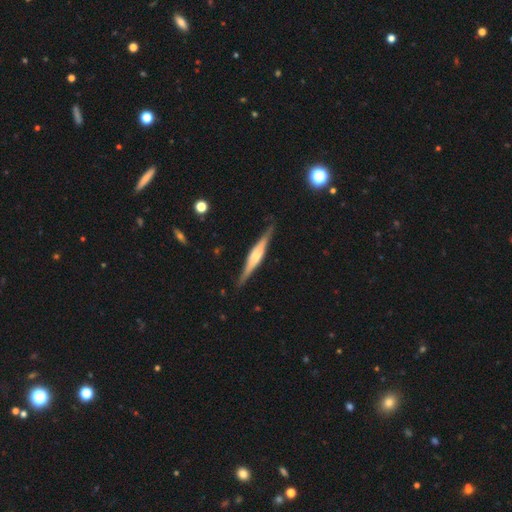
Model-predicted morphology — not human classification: A featured or disk galaxy (73%) viewed edge-on (97%) with a rounded central bulge (63%).

Vote fractions:
- Smooth or featured? featured or disk: 73% / smooth: 21% / star or artifact: 6%
- Edge-on disk? yes: 97% / no: 3%
- Edge-on bulge? rounded: 63% / boxy: 31% / none: 7%
- Merging? none: 87% / minor disturbance: 10% / major disturbance: 2% / merger: 1%